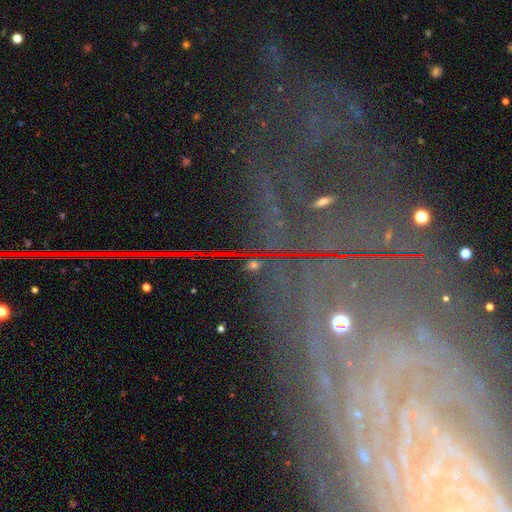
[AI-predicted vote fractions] star or artifact 45%, featured or disk 41%, smooth 13%.